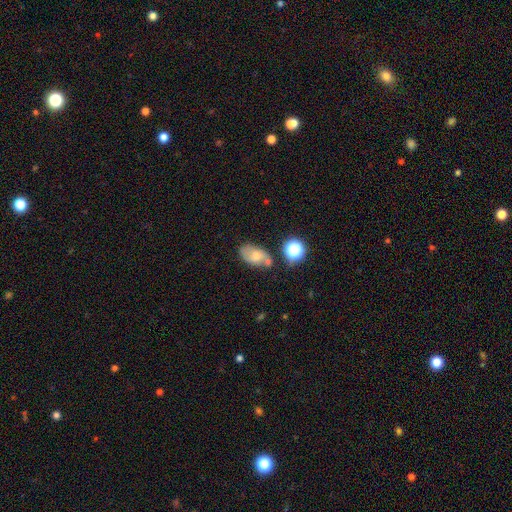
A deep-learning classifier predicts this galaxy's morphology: A smooth galaxy with no disk features (59%) that is in between round and cigar-shaped (86%).

Vote fractions:
- Smooth or featured? smooth: 59% / featured or disk: 29% / star or artifact: 12%
- How rounded? in between: 86% / round: 12% / cigar-shaped: 2%
- Merging? none: 56% / minor disturbance: 23% / merger: 15% / major disturbance: 7%